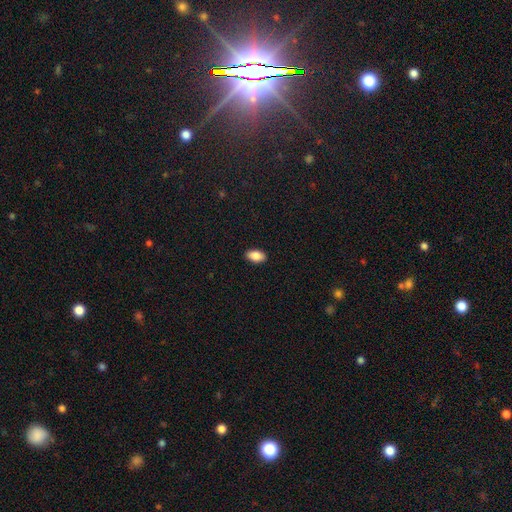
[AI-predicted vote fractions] A smooth galaxy with no disk features (87%) that is in between round and cigar-shaped (93%).

Vote fractions:
- Smooth or featured? smooth: 87% / star or artifact: 7% / featured or disk: 6%
- How rounded? in between: 93% / round: 5% / cigar-shaped: 3%
- Merging? none: 89% / minor disturbance: 8% / major disturbance: 2% / merger: 1%